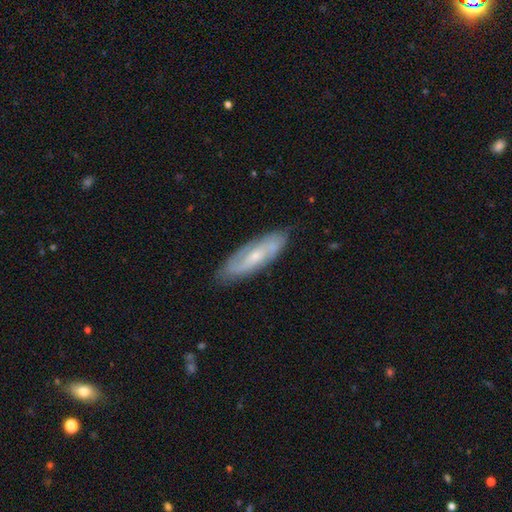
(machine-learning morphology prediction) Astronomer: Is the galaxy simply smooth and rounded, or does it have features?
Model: featured or disk — 67%.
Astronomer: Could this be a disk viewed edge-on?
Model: no — 81%.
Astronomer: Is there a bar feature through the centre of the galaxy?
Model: weak — 43% (runner-up: no, 40%).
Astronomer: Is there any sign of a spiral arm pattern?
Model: yes — 85%.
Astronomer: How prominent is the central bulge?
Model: small — 63%.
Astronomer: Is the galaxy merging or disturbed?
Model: none — 80%.